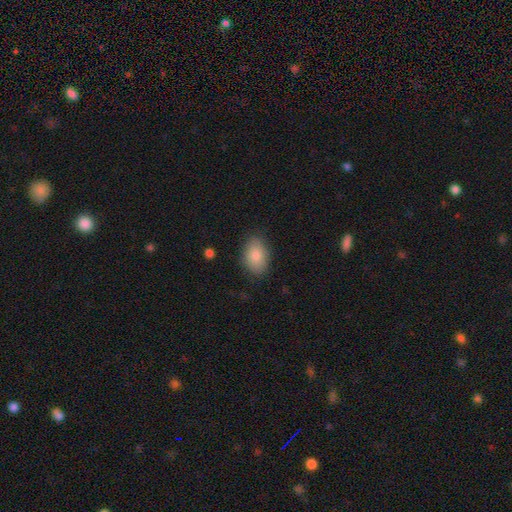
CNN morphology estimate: smooth-or-featured: smooth: 85% | featured or disk: 8% | star or artifact: 7%
  how-rounded: in between: 86% | round: 13% | cigar-shaped: 1%
  merging: none: 82% | minor disturbance: 13% | major disturbance: 3% | merger: 1%